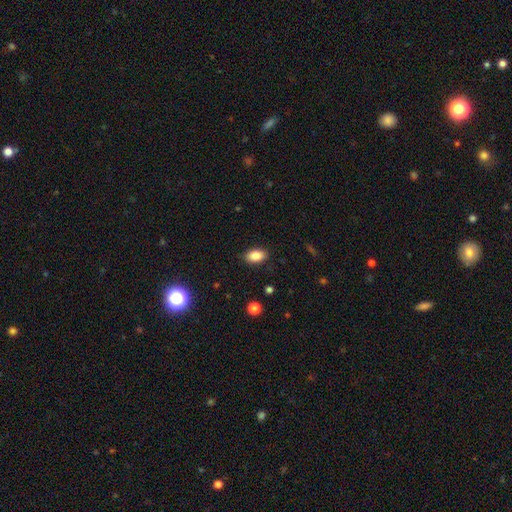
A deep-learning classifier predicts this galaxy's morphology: This appears to be a smooth galaxy with no disk features (85%) that is in between round and cigar-shaped (90%). Merging: none (88%).